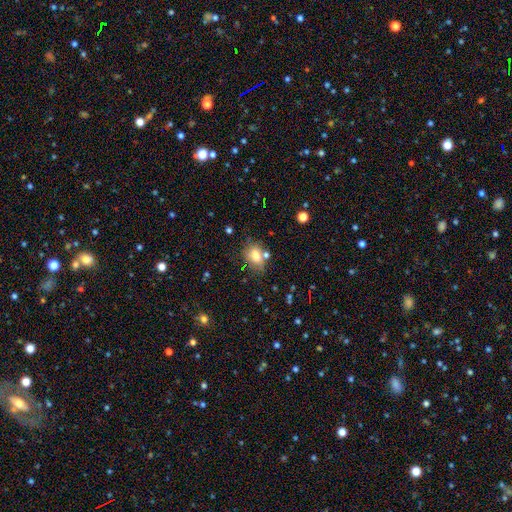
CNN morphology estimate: A smooth galaxy with no disk features (72%) that is in between round and cigar-shaped (65%). Merging: none (61%).